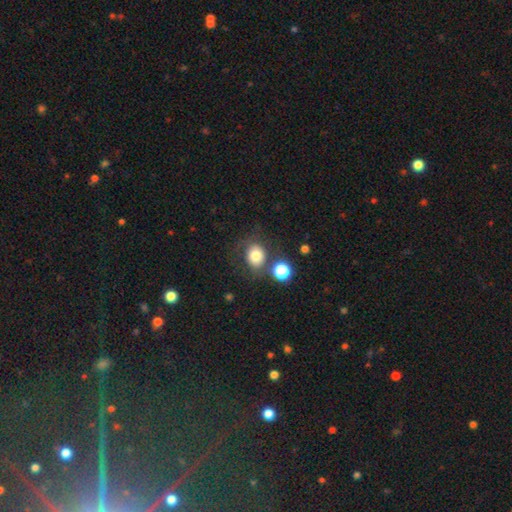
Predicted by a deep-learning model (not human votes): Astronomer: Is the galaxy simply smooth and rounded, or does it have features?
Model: smooth — 77%.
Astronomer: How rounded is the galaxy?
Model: round — 68%.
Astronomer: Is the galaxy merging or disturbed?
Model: none — 64%.